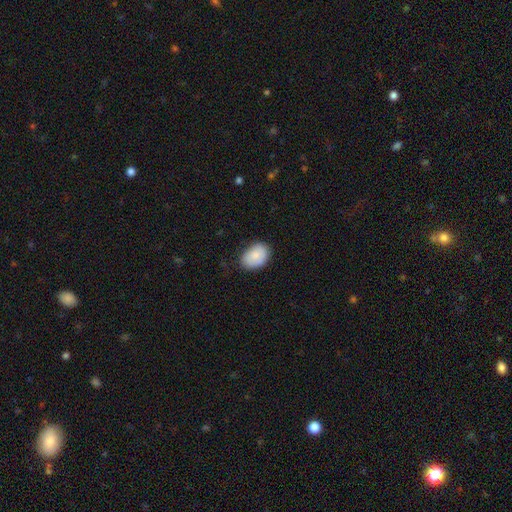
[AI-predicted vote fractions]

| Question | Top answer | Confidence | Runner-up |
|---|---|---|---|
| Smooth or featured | smooth | 80% | featured or disk (13%) |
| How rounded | in between | 83% | round (16%) |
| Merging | none | 76% | minor disturbance (20%) |